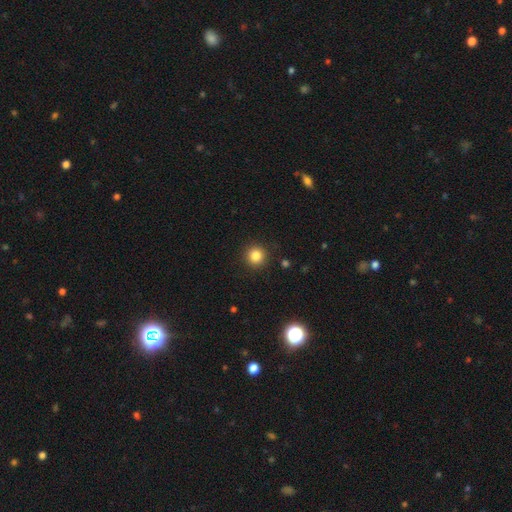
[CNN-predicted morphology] type=smooth (83%); roundness=round (94%); merging=none (92%).